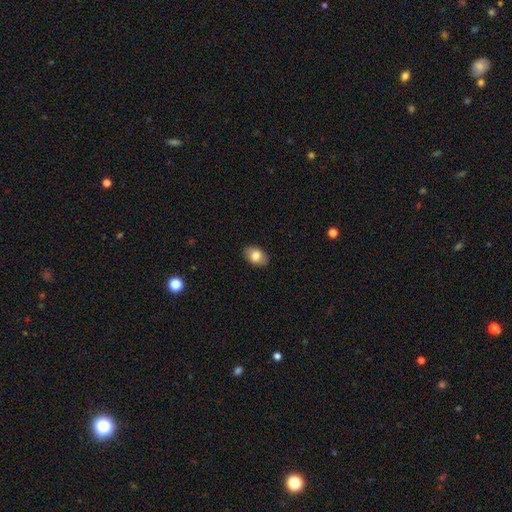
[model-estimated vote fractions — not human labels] Smooth or featured: smooth — 82% (featured or disk — 11%)
How rounded: in between — 84% (round — 14%)
Merging: none — 88% (minor disturbance — 9%)